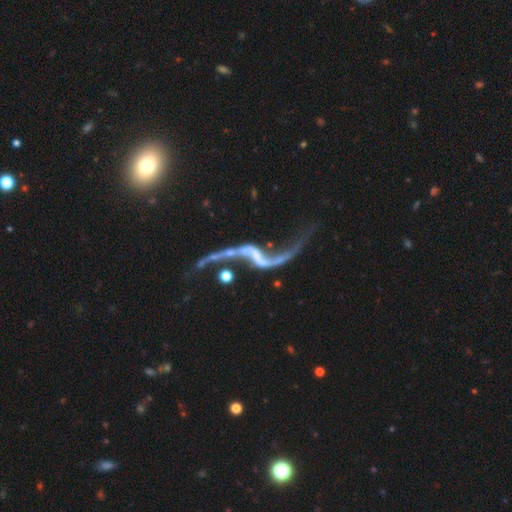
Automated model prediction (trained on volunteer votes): Smooth or featured?
  - featured or disk: 87% *
  - star or artifact: 8%
  - smooth: 5%
Edge-on disk?
  - no: 94% *
  - yes: 6%
Bar?
  - strong: 37% *
  - weak: 32%
  - no: 31%
Spiral arms?
  - yes: 90% *
  - no: 10%
Spiral winding?
  - loose: 95% *
  - medium: 4%
  - tight: 2%
Spiral arm count?
  - 2: 91% *
  - 1: 5%
  - can't tell: 2%
  - 3: 1%
  - 4: 1%
  - more than 4: 1%
Bulge size?
  - none: 61% *
  - small: 28%
  - moderate: 8%
  - large: 2%
  - dominant: 1%
Merging?
  - none: 44% *
  - major disturbance: 23%
  - merger: 18%
  - minor disturbance: 15%